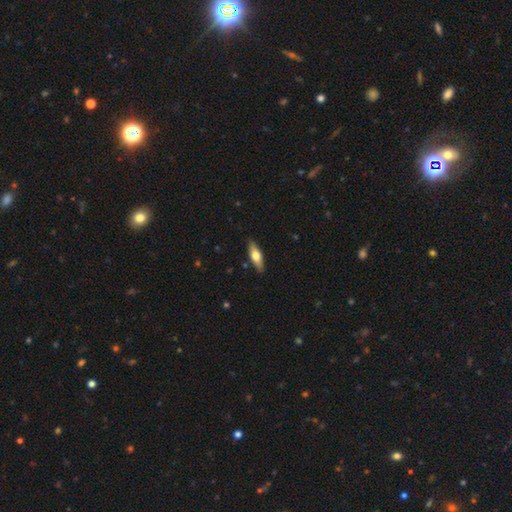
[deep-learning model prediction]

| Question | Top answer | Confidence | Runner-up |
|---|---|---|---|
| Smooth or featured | smooth | 52% | featured or disk (43%) |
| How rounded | cigar-shaped | 52% | in between (46%) |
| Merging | none | 88% | minor disturbance (9%) |